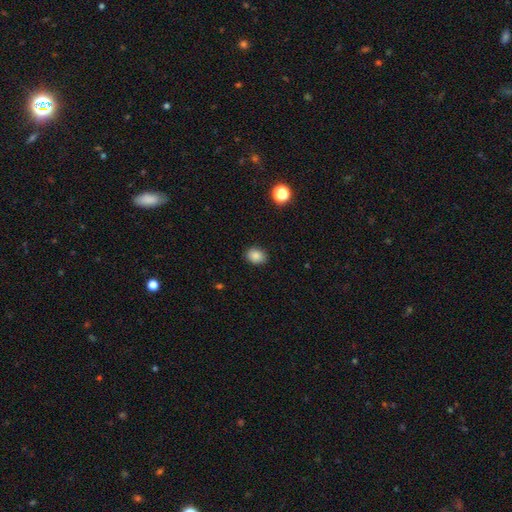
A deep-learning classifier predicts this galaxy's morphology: Smooth or featured? Predicted: smooth (p=0.86). How rounded? Predicted: in between (p=0.53). Merging? Predicted: none (p=0.88).